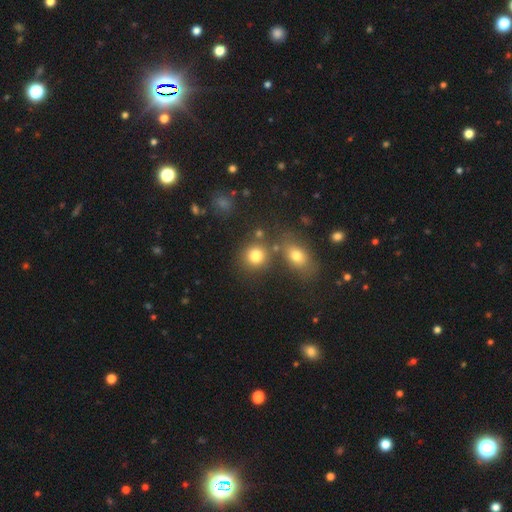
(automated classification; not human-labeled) A smooth galaxy with no disk features (79%) that is round (81%). Merging: none (70%).